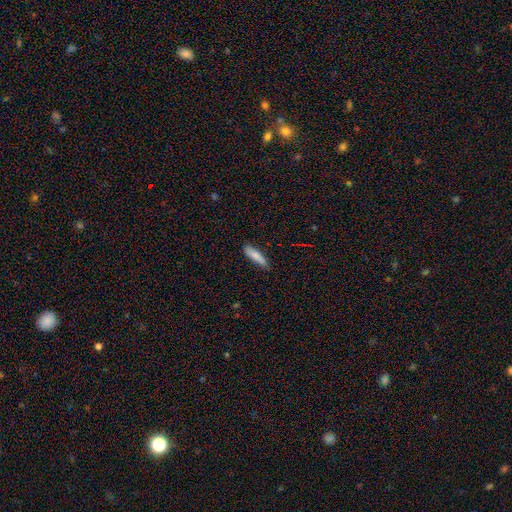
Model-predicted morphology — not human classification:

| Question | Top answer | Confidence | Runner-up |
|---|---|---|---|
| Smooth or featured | smooth | 82% | featured or disk (11%) |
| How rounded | cigar-shaped | 75% | in between (24%) |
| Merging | none | 82% | minor disturbance (15%) |